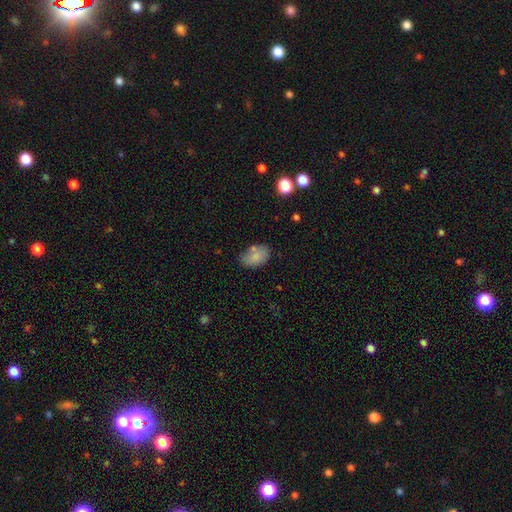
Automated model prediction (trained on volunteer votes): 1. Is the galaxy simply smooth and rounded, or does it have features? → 83% smooth, 9% featured or disk, 8% star or artifact.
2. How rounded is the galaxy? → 90% in between, 8% round, 1% cigar-shaped.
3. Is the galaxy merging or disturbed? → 67% none, 19% minor disturbance, 9% merger, 5% major disturbance.